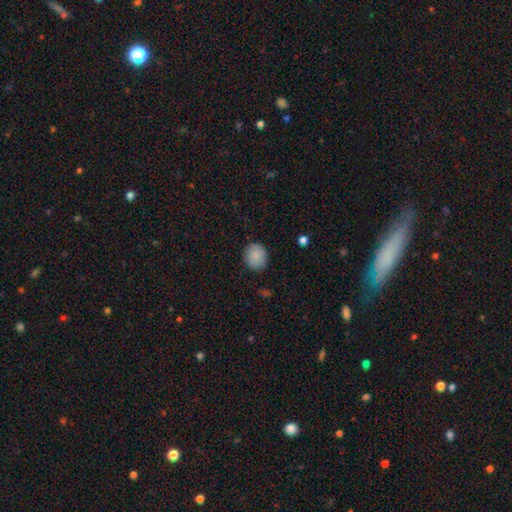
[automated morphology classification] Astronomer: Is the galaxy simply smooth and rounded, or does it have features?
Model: smooth — 88%.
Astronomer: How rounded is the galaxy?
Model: round — 74%.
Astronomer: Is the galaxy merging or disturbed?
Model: none — 84%.